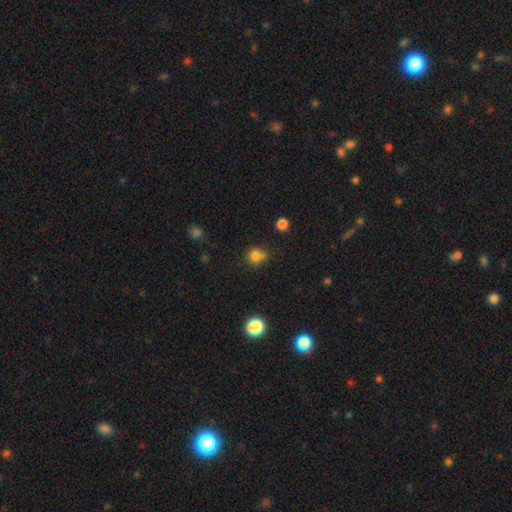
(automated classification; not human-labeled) The model was most divided on "merging": none: 57%, minor disturbance: 19%, merger: 18%, major disturbance: 6%. More confident: how rounded — round (80%); smooth or featured — smooth (78%).